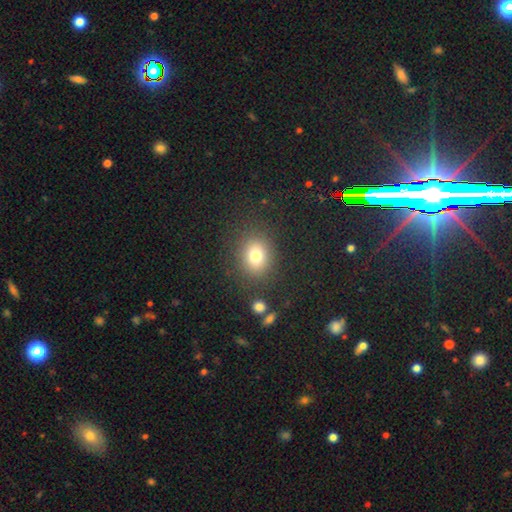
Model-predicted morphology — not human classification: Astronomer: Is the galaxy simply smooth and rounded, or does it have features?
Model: smooth — 76%.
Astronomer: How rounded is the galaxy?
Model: round — 66%.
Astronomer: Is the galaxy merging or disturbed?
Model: none — 84%.